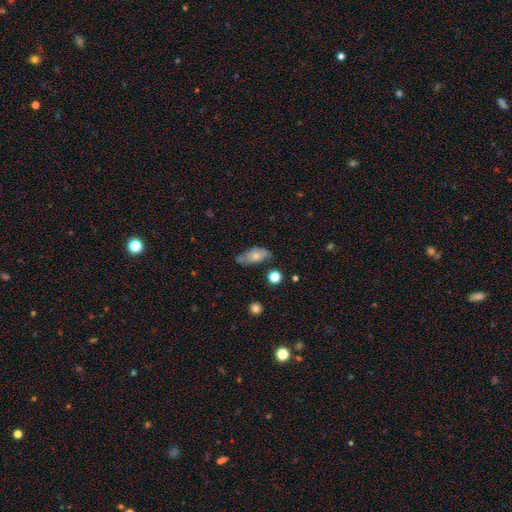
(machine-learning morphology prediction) Smooth or featured? smooth (66%)
How rounded? in between (87%)
Merging? none (53%)